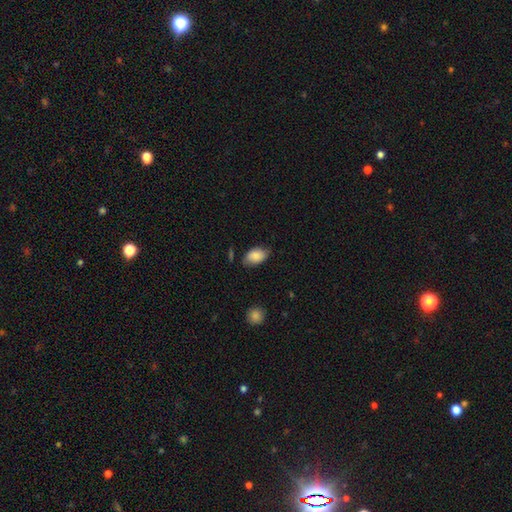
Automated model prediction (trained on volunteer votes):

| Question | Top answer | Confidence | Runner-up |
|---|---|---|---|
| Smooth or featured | smooth | 83% | featured or disk (10%) |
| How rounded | in between | 92% | round (6%) |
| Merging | none | 73% | minor disturbance (21%) |